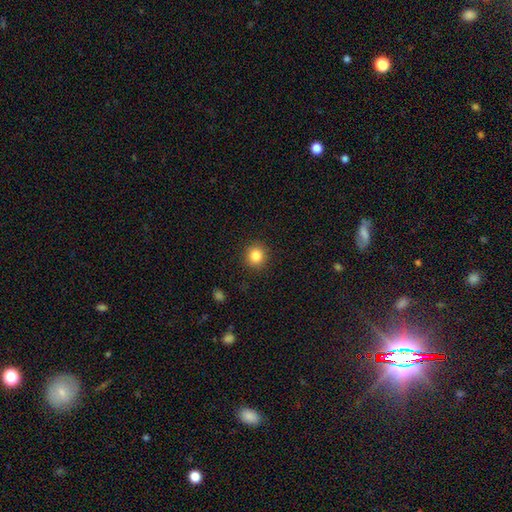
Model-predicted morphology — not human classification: Smooth or featured? Predicted: smooth (p=0.84). How rounded? Predicted: round (p=0.91). Merging? Predicted: none (p=0.91).